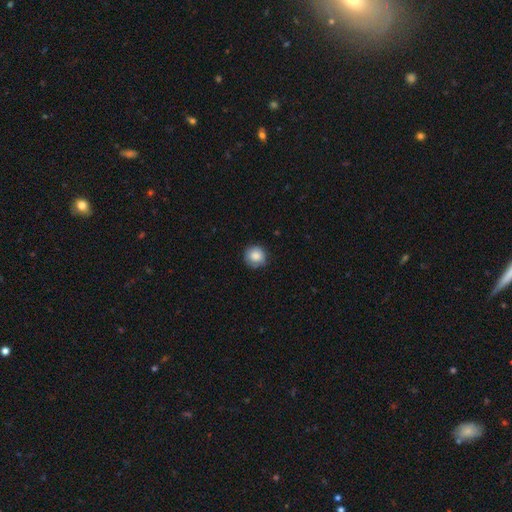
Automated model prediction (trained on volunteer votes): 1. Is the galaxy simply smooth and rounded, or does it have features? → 83% smooth, 9% featured or disk, 8% star or artifact.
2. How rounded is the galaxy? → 93% round, 6% in between, 1% cigar-shaped.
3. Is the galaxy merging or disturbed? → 79% none, 17% minor disturbance, 3% major disturbance, 1% merger.